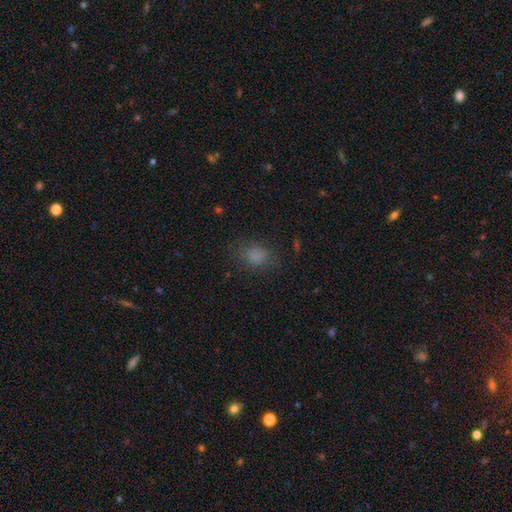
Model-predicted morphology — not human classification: Smooth or featured?
  - smooth: 79% *
  - star or artifact: 14%
  - featured or disk: 7%
How rounded?
  - in between: 53% *
  - round: 45%
  - cigar-shaped: 1%
Merging?
  - none: 73% *
  - minor disturbance: 17%
  - major disturbance: 9%
  - merger: 1%